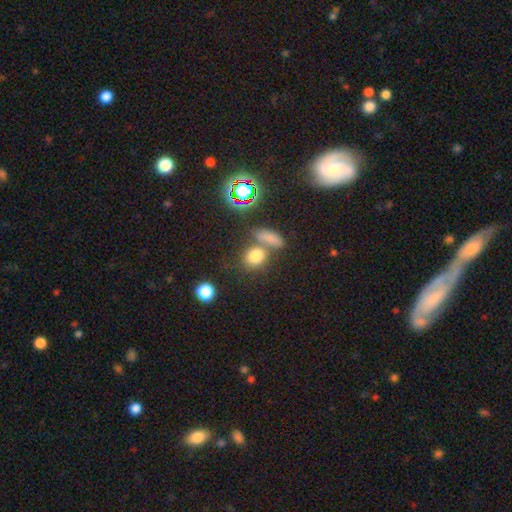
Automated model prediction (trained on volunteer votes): Smooth or featured: smooth — 73% (star or artifact — 18%)
How rounded: round — 64% (in between — 33%)
Merging: none — 54% (merger — 31%)